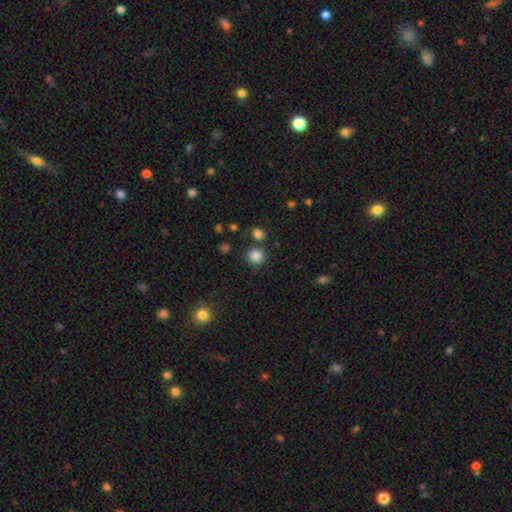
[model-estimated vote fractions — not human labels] smooth-or-featured: smooth: 85% | star or artifact: 11% | featured or disk: 4%
  how-rounded: round: 91% | in between: 8% | cigar-shaped: 1%
  merging: none: 80% | merger: 9% | minor disturbance: 8% | major disturbance: 3%